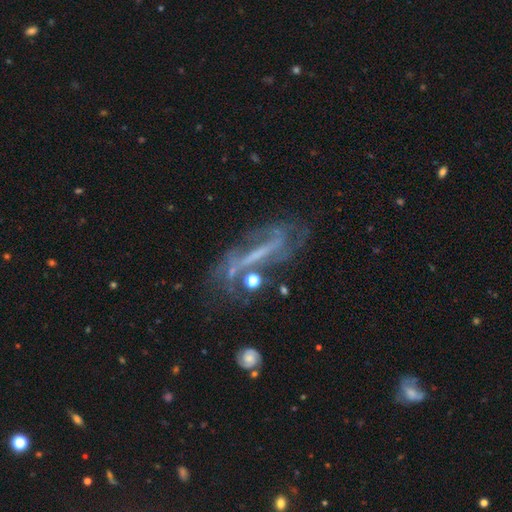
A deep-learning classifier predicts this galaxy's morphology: This appears to be a featured or disk galaxy (73%) with a strong bar (56%), spiral arms (68%) and no central bulge (49%). Merging: none (50%).